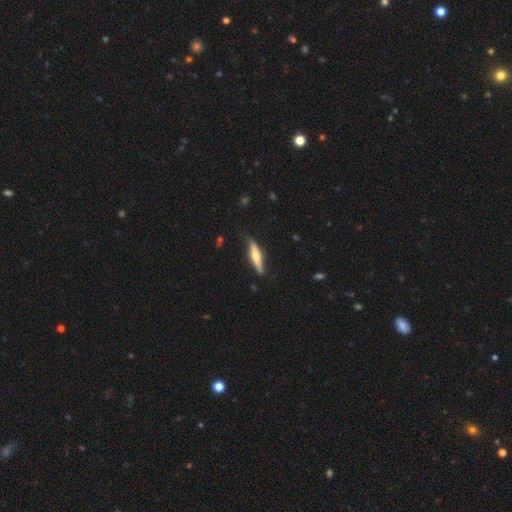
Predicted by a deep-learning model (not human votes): Q: Smooth or featured?
A: featured or disk (53%); runner-up: smooth (42%)
Q: Edge-on disk?
A: yes (93%); runner-up: no (7%)
Q: Merging?
A: none (80%); runner-up: minor disturbance (16%)